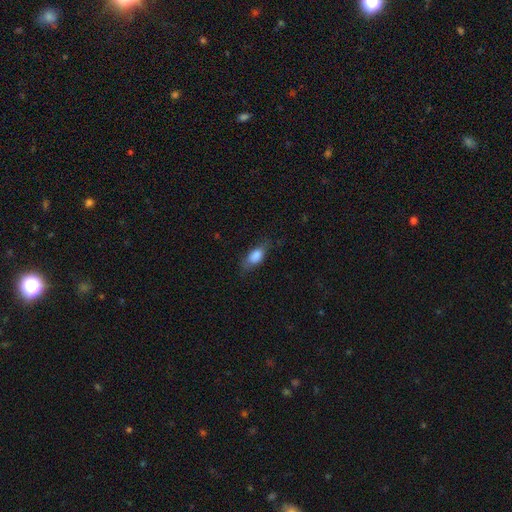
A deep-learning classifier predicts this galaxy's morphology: smooth 78%, featured or disk 14%, star or artifact 8%. Down the decision tree: how rounded — in between (79%); merging — none (65%).